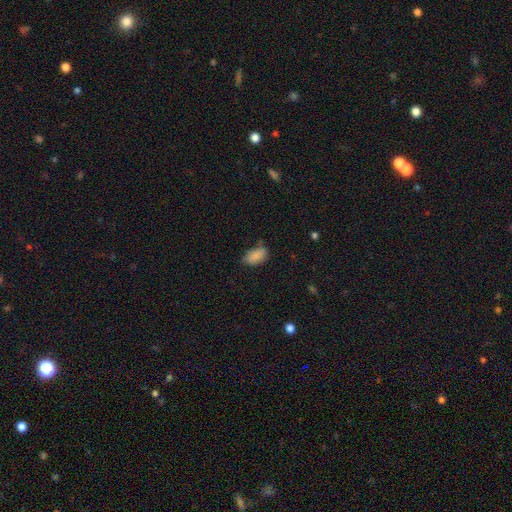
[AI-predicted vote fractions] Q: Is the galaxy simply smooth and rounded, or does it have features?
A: smooth — 86%.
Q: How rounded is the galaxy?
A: in between — 92%.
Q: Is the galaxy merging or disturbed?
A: none — 61%.